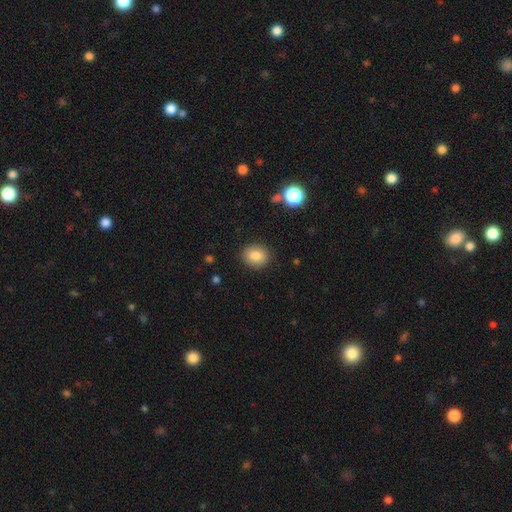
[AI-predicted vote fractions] Q: Smooth or featured?
A: smooth (83%); runner-up: star or artifact (10%)
Q: How rounded?
A: round (70%); runner-up: in between (29%)
Q: Merging?
A: none (89%); runner-up: minor disturbance (7%)